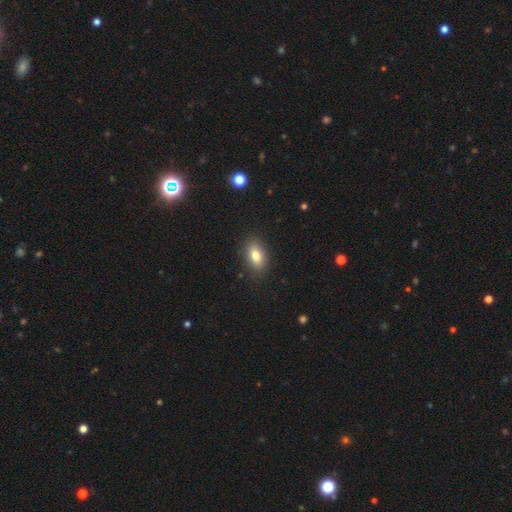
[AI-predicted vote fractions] smooth-or-featured: smooth: 81% | featured or disk: 11% | star or artifact: 8%
  how-rounded: in between: 89% | round: 8% | cigar-shaped: 4%
  merging: none: 87% | minor disturbance: 10% | major disturbance: 3% | merger: 1%